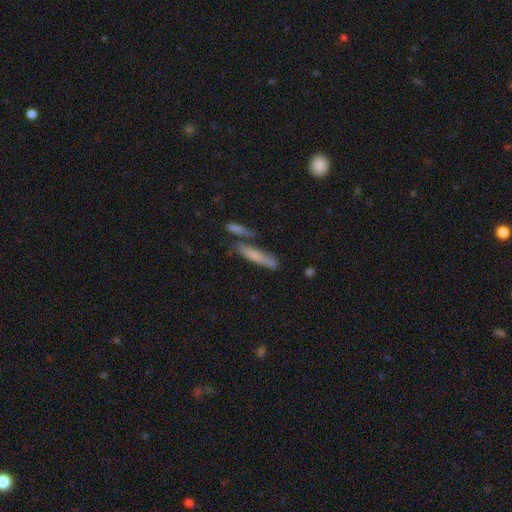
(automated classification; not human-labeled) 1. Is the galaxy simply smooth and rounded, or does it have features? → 67% smooth, 24% featured or disk, 9% star or artifact.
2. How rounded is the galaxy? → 81% cigar-shaped, 17% in between, 2% round.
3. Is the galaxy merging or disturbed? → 54% none, 24% merger, 15% minor disturbance, 6% major disturbance.